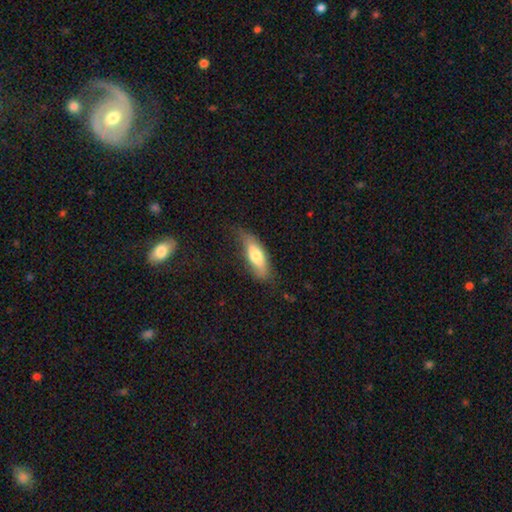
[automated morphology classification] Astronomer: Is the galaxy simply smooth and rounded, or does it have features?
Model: smooth — 68%.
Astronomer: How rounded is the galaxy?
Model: in between — 63%.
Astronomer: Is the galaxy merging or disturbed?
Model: none — 61%.